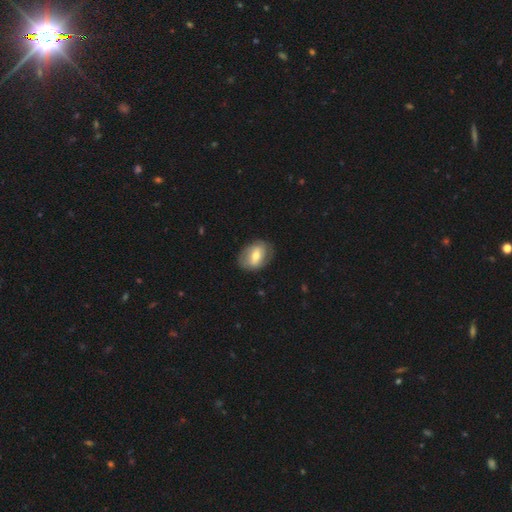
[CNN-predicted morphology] Overall: smooth (52%; featured or disk 41%). How rounded: in between (77%). Merging: none (78%).